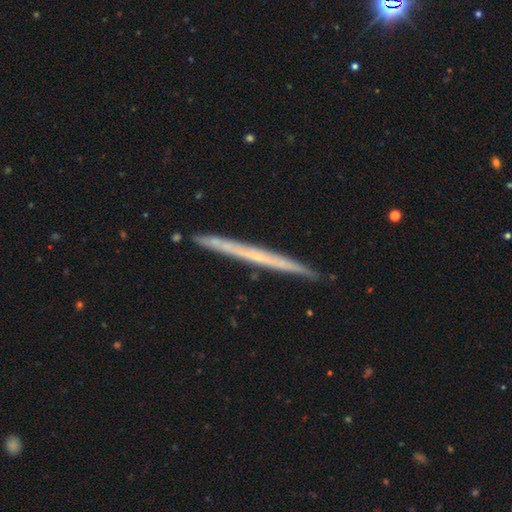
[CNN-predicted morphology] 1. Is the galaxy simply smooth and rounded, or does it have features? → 60% featured or disk, 34% smooth, 6% star or artifact.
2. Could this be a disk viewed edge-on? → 97% yes, 3% no.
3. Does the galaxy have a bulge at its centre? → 88% none, 9% rounded, 3% boxy.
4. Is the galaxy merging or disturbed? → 89% none, 8% minor disturbance, 1% merger, 1% major disturbance.